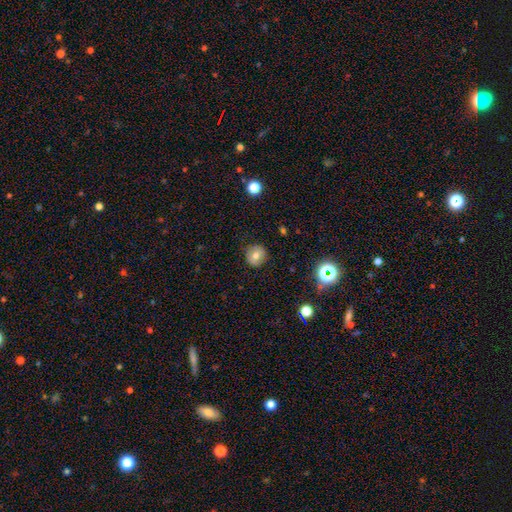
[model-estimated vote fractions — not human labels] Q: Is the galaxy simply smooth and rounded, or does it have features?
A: smooth — 70%.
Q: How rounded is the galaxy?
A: round — 91%.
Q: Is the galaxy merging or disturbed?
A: none — 87%.